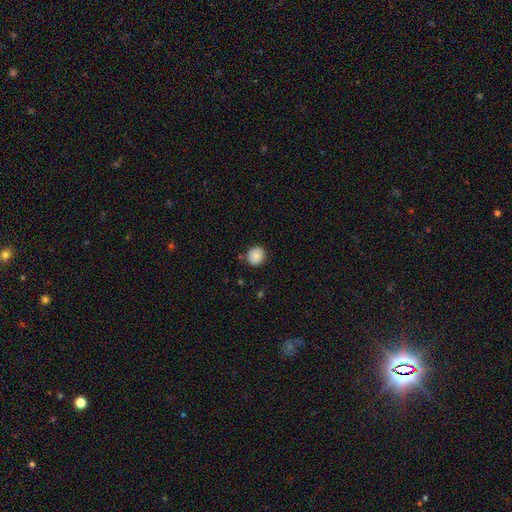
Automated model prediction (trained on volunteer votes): A smooth galaxy with no disk features (85%) that is round (87%). Merging: none (86%).